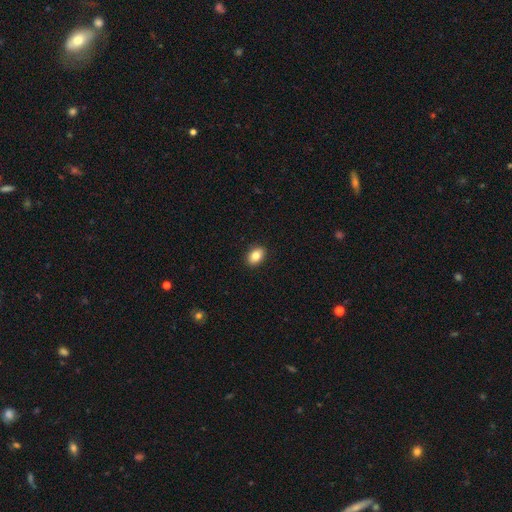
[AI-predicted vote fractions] smooth 84%, star or artifact 8%, featured or disk 8%. Down the decision tree: how rounded — in between (77%); merging — none (91%).